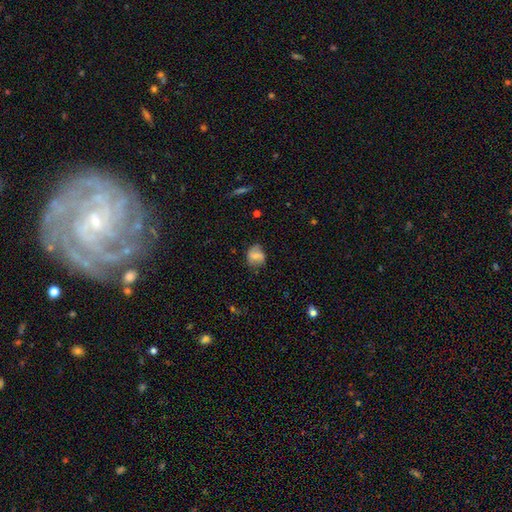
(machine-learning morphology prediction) smooth 61%, featured or disk 30%, star or artifact 9%. Down the decision tree: how rounded — round (63%); merging — none (68%).